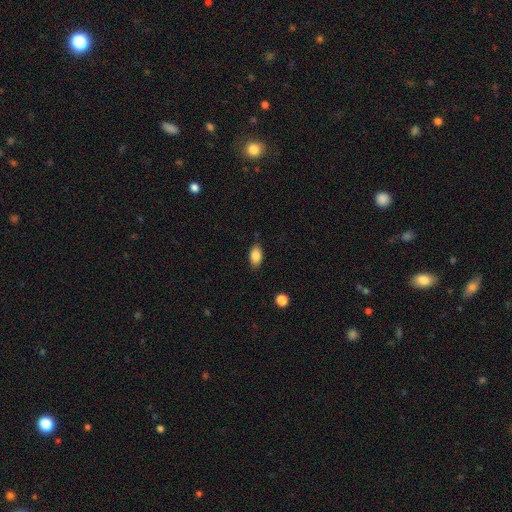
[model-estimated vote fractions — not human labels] Q: Smooth or featured?
A: smooth (85%); runner-up: star or artifact (8%)
Q: How rounded?
A: in between (91%); runner-up: round (6%)
Q: Merging?
A: none (83%); runner-up: minor disturbance (13%)